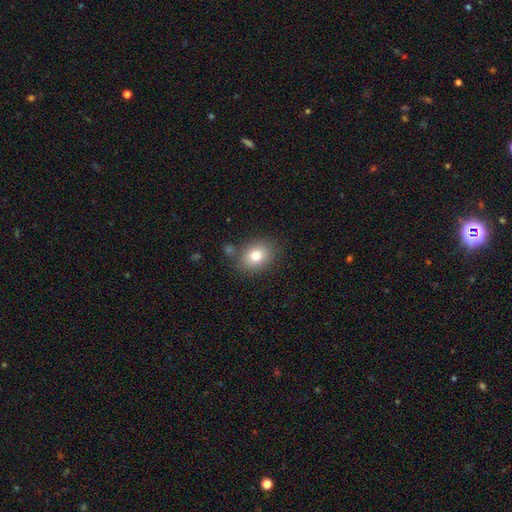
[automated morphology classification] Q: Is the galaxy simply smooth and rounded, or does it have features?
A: smooth — 78%.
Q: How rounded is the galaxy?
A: round — 50%.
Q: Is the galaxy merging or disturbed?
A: none — 78%.